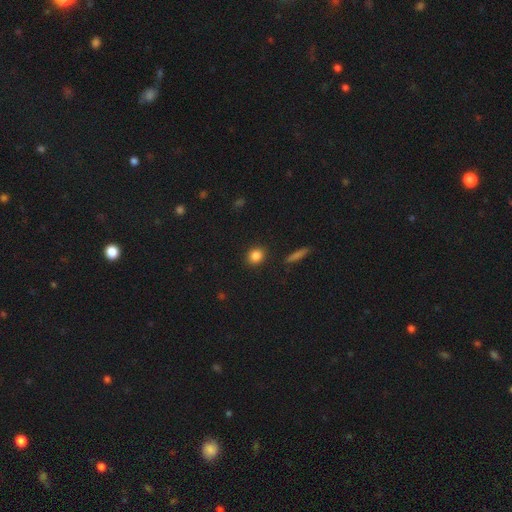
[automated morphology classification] Smooth or featured: smooth — 85% (star or artifact — 10%)
How rounded: round — 80% (in between — 19%)
Merging: none — 91% (minor disturbance — 6%)